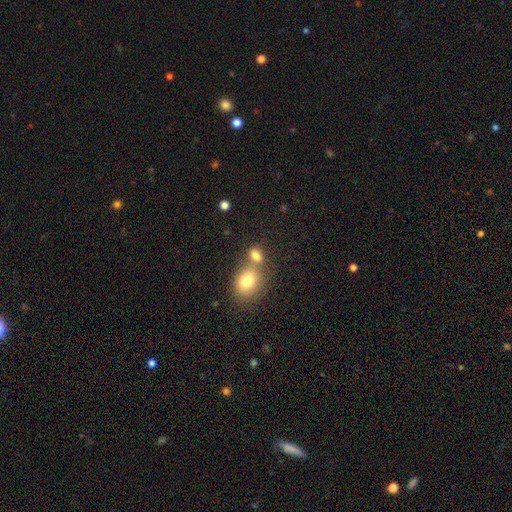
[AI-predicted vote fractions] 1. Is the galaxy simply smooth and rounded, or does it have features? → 80% smooth, 11% star or artifact, 9% featured or disk.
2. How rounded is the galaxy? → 68% in between, 30% round, 2% cigar-shaped.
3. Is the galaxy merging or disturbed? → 45% merger, 41% none, 10% minor disturbance, 4% major disturbance.